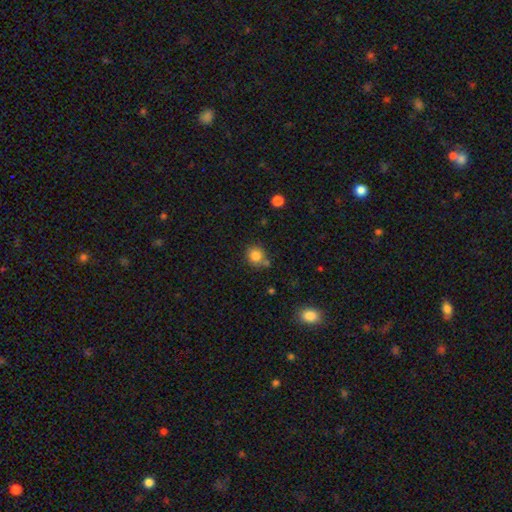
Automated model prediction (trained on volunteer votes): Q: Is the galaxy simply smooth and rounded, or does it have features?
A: smooth — 83%.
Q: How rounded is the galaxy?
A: round — 82%.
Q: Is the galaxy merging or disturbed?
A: none — 69%.